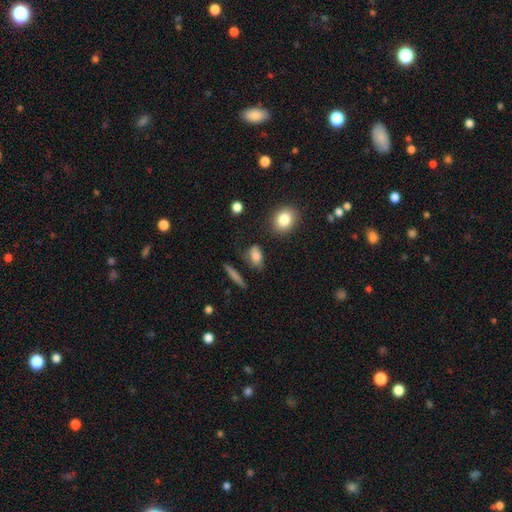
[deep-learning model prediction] Smooth or featured: smooth — 78% (featured or disk — 12%)
How rounded: in between — 76% (round — 15%)
Merging: none — 67% (minor disturbance — 20%)